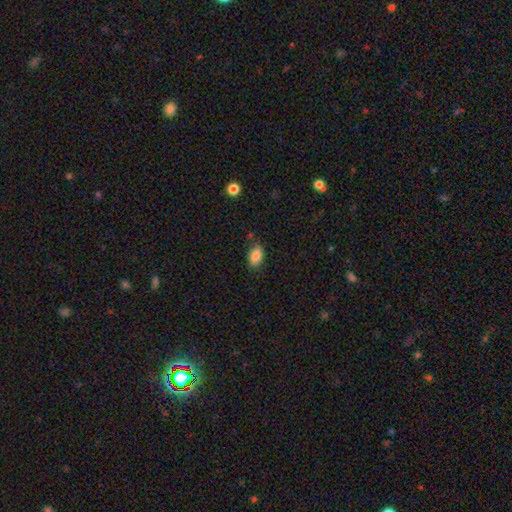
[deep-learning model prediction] A smooth galaxy with no disk features (87%) that is in between round and cigar-shaped (88%).

Vote fractions:
- Smooth or featured? smooth: 87% / star or artifact: 8% / featured or disk: 5%
- How rounded? in between: 88% / round: 10% / cigar-shaped: 2%
- Merging? none: 79% / minor disturbance: 15% / major disturbance: 3% / merger: 3%